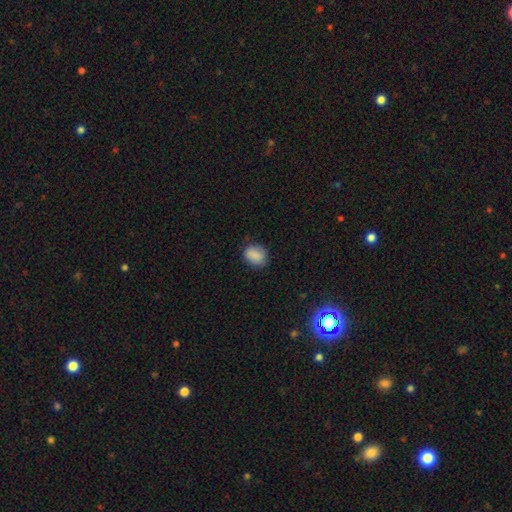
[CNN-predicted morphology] smooth-or-featured: smooth: 86% | star or artifact: 9% | featured or disk: 5%
  how-rounded: in between: 54% | round: 45% | cigar-shaped: 1%
  merging: none: 80% | minor disturbance: 15% | major disturbance: 3% | merger: 1%